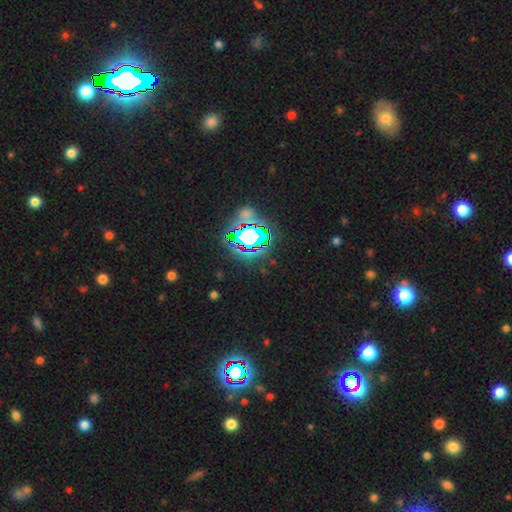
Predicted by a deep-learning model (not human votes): The model was most divided on "smooth or featured": star or artifact: 81%, smooth: 12%, featured or disk: 8%.